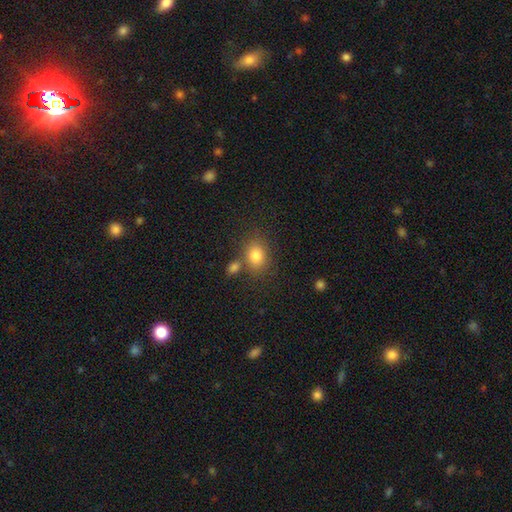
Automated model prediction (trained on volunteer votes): A smooth galaxy with no disk features (82%) that is in between round and cigar-shaped (60%).

Vote fractions:
- Smooth or featured? smooth: 82% / star or artifact: 10% / featured or disk: 8%
- How rounded? in between: 60% / round: 39% / cigar-shaped: 1%
- Merging? none: 64% / merger: 18% / minor disturbance: 13% / major disturbance: 5%